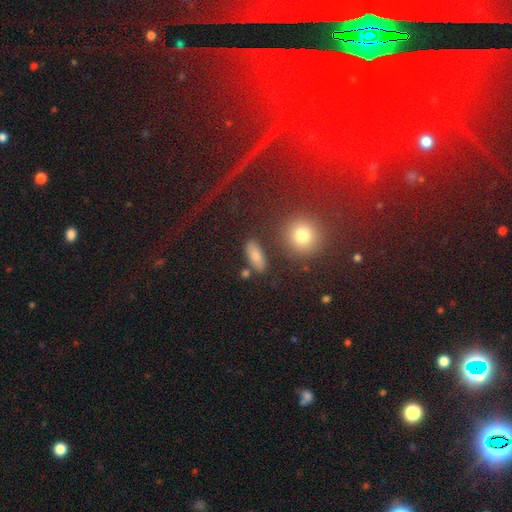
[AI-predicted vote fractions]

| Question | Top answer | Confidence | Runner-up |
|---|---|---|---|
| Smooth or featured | smooth | 73% | featured or disk (14%) |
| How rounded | in between | 60% | cigar-shaped (28%) |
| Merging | none | 82% | minor disturbance (10%) |